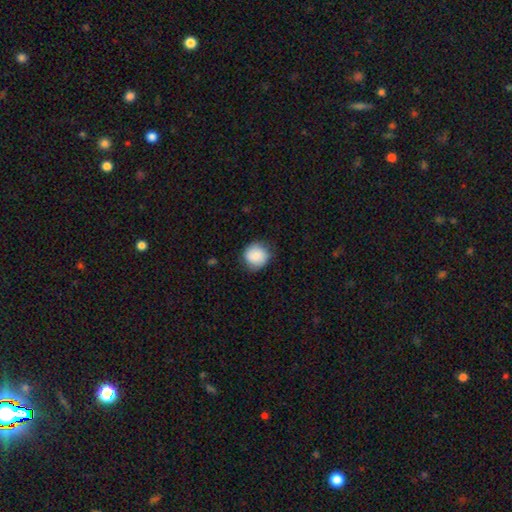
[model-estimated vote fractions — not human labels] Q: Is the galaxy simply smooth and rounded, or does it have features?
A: smooth — 84%.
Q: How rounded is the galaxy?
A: round — 87%.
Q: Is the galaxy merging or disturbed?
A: none — 77%.